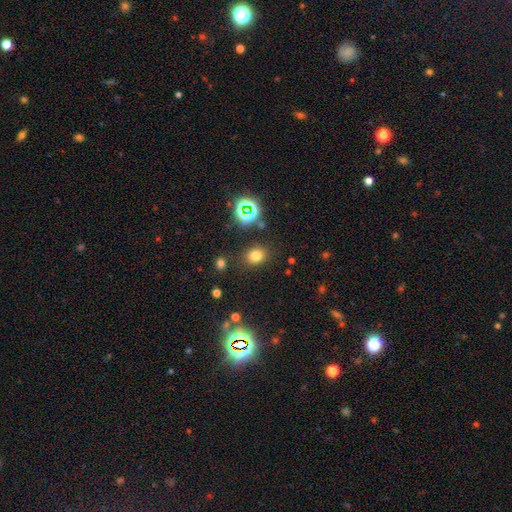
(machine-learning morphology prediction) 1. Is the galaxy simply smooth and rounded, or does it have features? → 73% smooth, 21% star or artifact, 7% featured or disk.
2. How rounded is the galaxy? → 63% round, 36% in between, 1% cigar-shaped.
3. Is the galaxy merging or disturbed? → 84% none, 9% minor disturbance, 4% major disturbance, 3% merger.